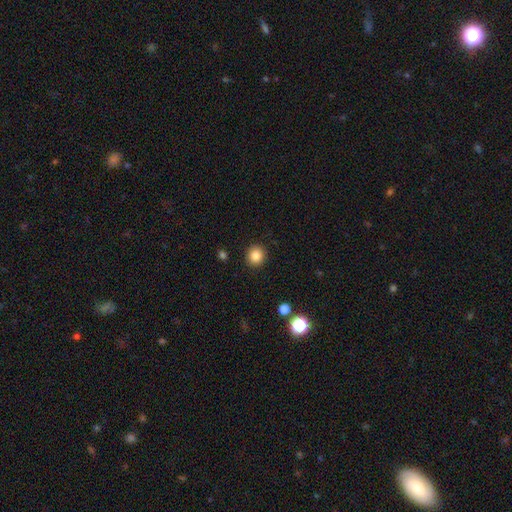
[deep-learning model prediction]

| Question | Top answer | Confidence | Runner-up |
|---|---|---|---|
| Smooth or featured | smooth | 85% | star or artifact (10%) |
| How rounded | round | 87% | in between (12%) |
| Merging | none | 91% | minor disturbance (6%) |